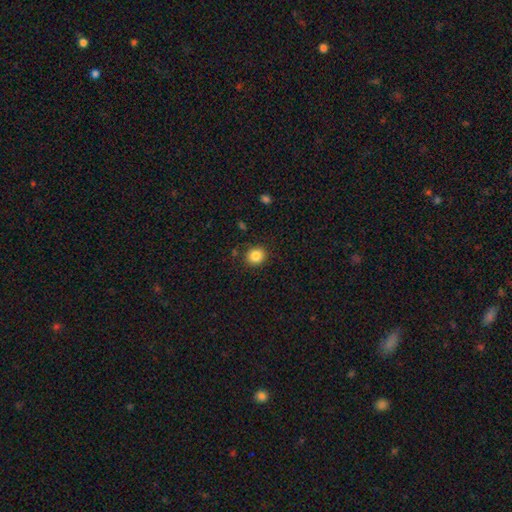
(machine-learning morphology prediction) Smooth or featured?
  - smooth: 85% *
  - star or artifact: 10%
  - featured or disk: 5%
How rounded?
  - round: 82% *
  - in between: 17%
  - cigar-shaped: 1%
Merging?
  - none: 88% *
  - minor disturbance: 8%
  - major disturbance: 2%
  - merger: 2%